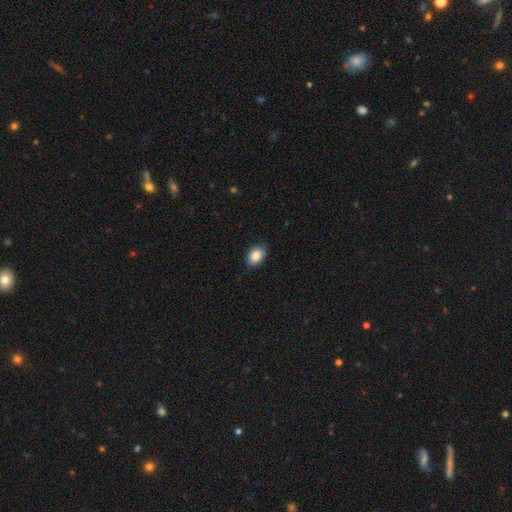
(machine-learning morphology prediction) type=smooth (87%); roundness=in between (80%); merging=none (84%).